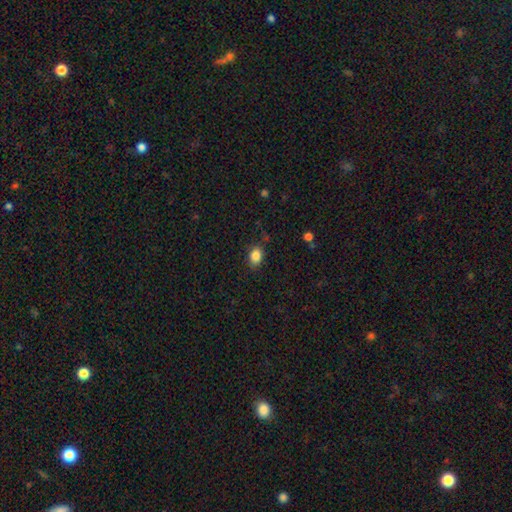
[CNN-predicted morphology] A smooth galaxy with no disk features (85%) that is in between round and cigar-shaped (69%). Merging: none (81%).